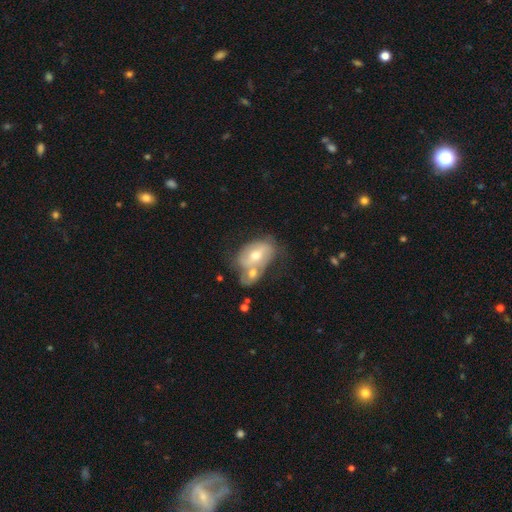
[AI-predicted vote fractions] smooth_or_featured: featured or disk (p=0.54) [alt: smooth p=0.39]
disk_edge_on: no (p=0.92) [alt: yes p=0.08]
merging: merger (p=0.53) [alt: none p=0.25]